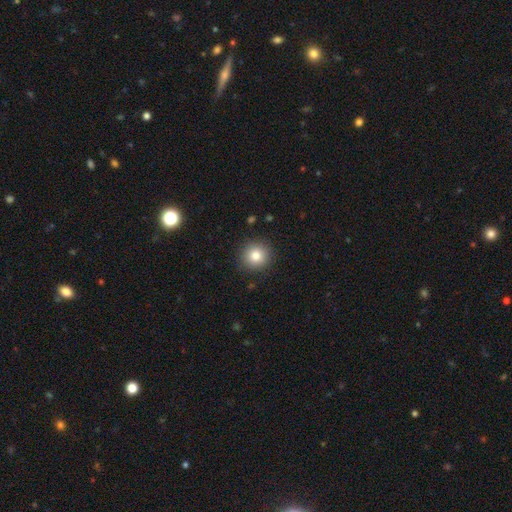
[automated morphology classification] A smooth galaxy with no disk features (82%) that is round (93%). Merging: none (91%).